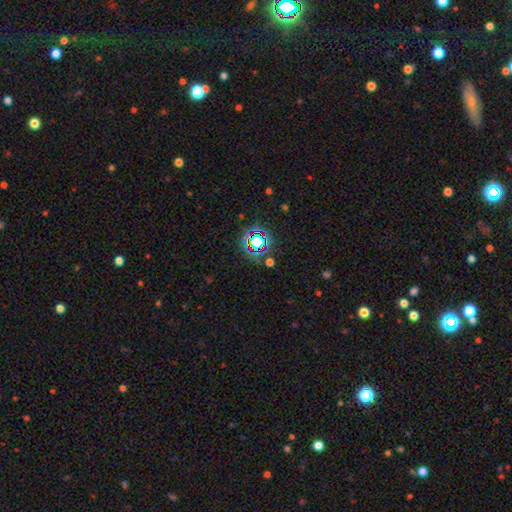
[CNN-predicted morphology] A star or artifact, not a galaxy (75%).